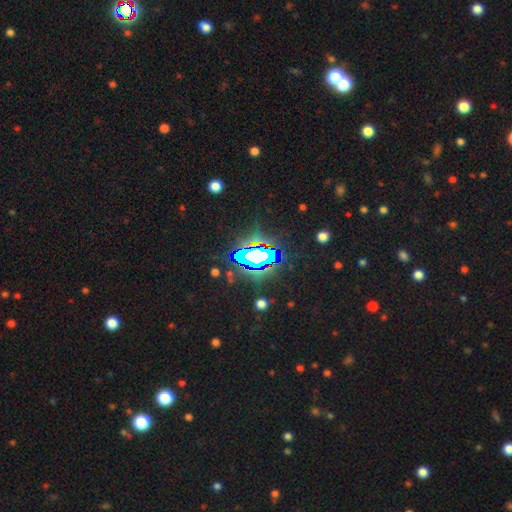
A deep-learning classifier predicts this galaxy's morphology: Smooth or featured?
  - star or artifact: 63% *
  - smooth: 20%
  - featured or disk: 17%